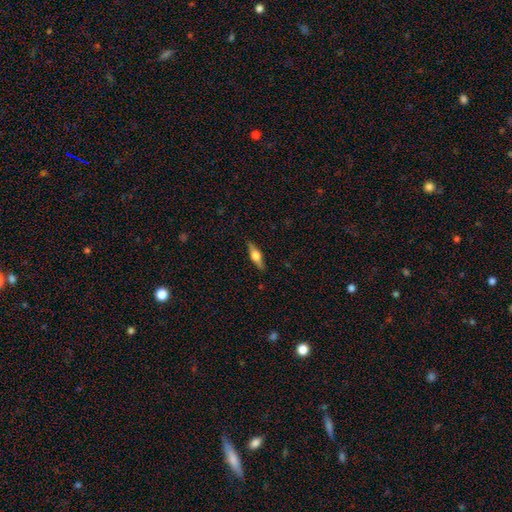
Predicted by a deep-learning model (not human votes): The model was most divided on "smooth or featured": featured or disk: 58%, smooth: 35%, star or artifact: 6%. More confident: edge-on disk — yes (95%); edge-on bulge — rounded (93%); merging — none (88%).